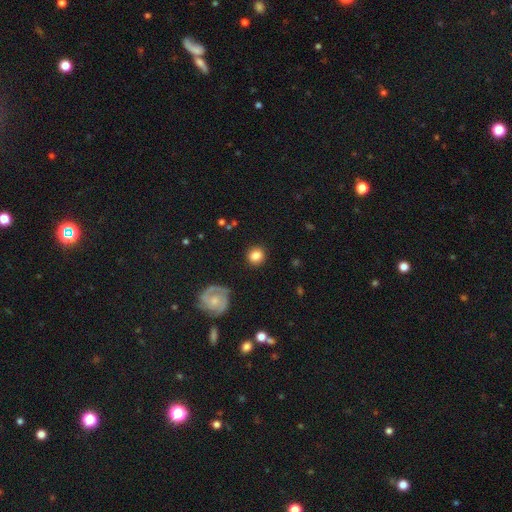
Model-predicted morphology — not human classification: A smooth galaxy with no disk features (80%) that is round (89%).

Vote fractions:
- Smooth or featured? smooth: 80% / featured or disk: 11% / star or artifact: 8%
- How rounded? round: 89% / in between: 10% / cigar-shaped: 1%
- Merging? none: 88% / minor disturbance: 8% / major disturbance: 3% / merger: 2%